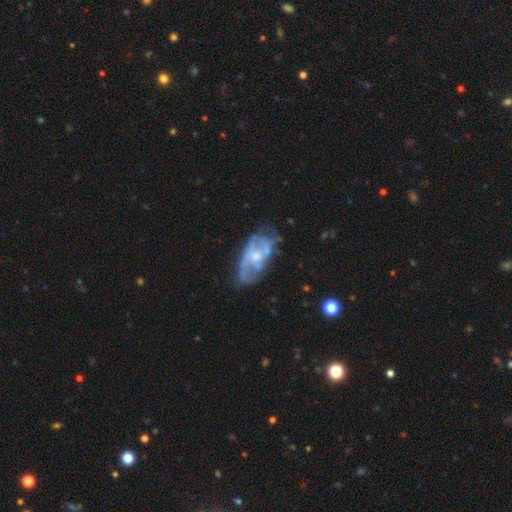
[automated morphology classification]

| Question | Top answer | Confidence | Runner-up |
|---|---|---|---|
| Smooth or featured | featured or disk | 71% | smooth (22%) |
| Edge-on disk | no | 94% | yes (6%) |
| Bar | no | 72% | weak (24%) |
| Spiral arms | yes | 57% | no (43%) |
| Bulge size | moderate | 45% | small (44%) |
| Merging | none | 47% | minor disturbance (26%) |